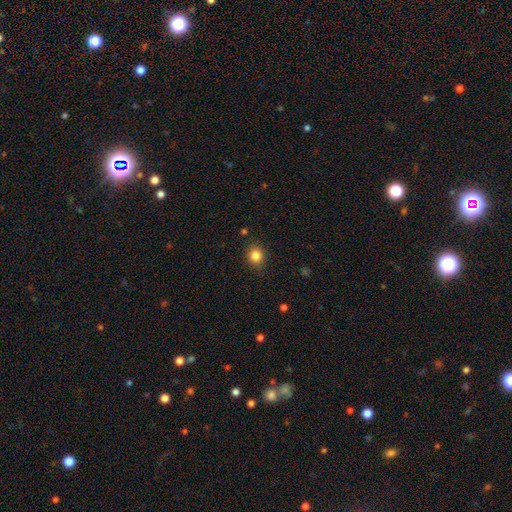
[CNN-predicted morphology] type=smooth (84%); roundness=round (77%); merging=none (86%).